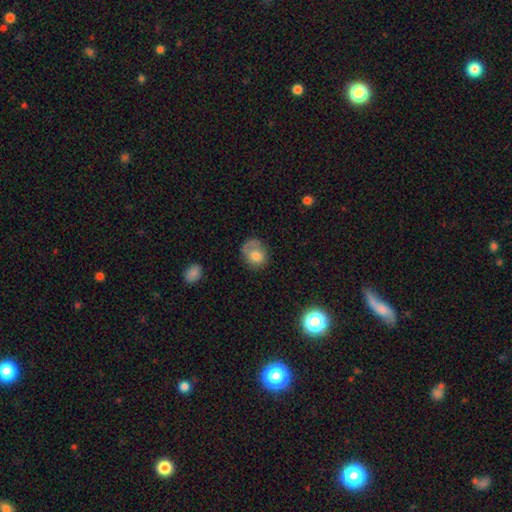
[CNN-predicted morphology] The model was most divided on "merging": none: 47%, minor disturbance: 28%, major disturbance: 22%, merger: 3%. More confident: smooth or featured — smooth (70%); how rounded — round (61%).